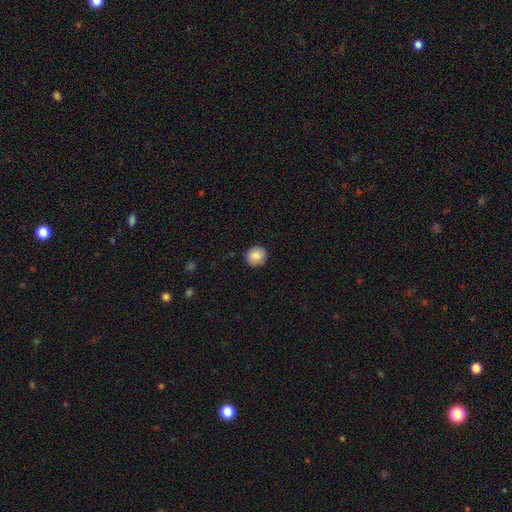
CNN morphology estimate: This appears to be a smooth galaxy with no disk features (87%) that is round (89%). Merging: none (90%).